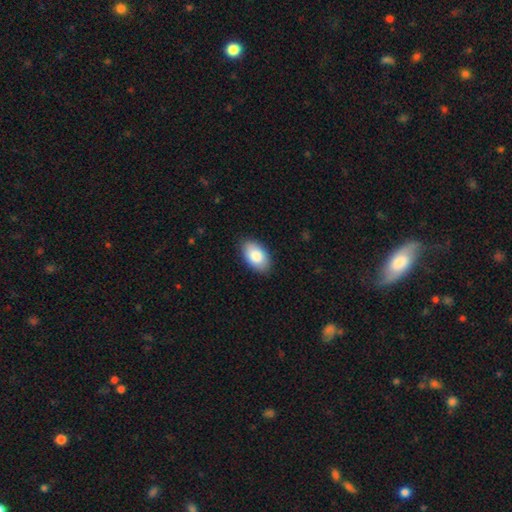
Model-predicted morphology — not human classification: smooth 85%, featured or disk 9%, star or artifact 6%. Down the decision tree: how rounded — in between (94%); merging — none (86%).